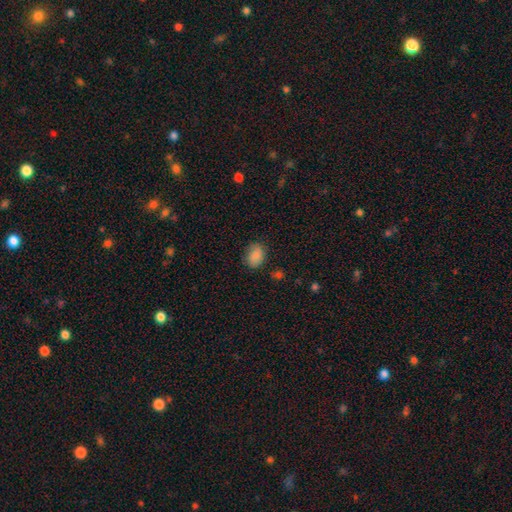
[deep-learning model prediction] Smooth or featured: smooth — 85% (star or artifact — 8%)
How rounded: in between — 73% (round — 26%)
Merging: none — 77% (minor disturbance — 18%)